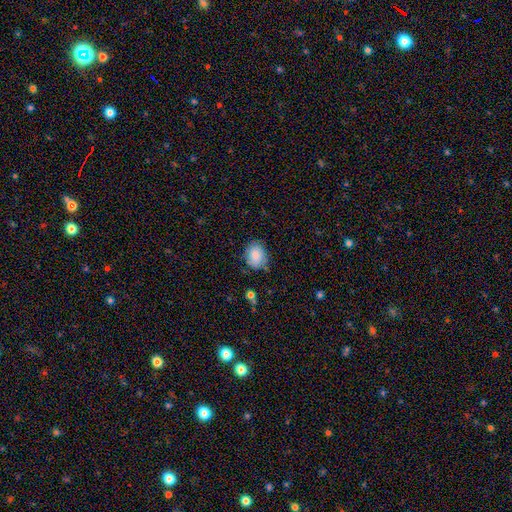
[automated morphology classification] Q: Smooth or featured?
A: smooth (84%); runner-up: featured or disk (8%)
Q: How rounded?
A: in between (51%); runner-up: round (48%)
Q: Merging?
A: none (74%); runner-up: minor disturbance (20%)